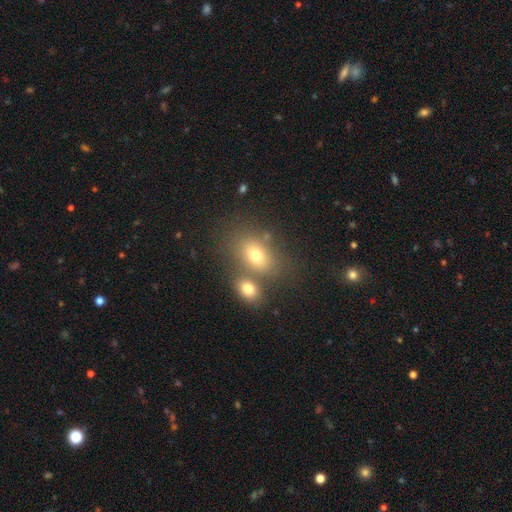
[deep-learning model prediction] Smooth or featured?
  - smooth: 69% *
  - featured or disk: 17%
  - star or artifact: 14%
How rounded?
  - in between: 74% *
  - round: 24%
  - cigar-shaped: 2%
Merging?
  - none: 50% *
  - merger: 34%
  - minor disturbance: 11%
  - major disturbance: 5%